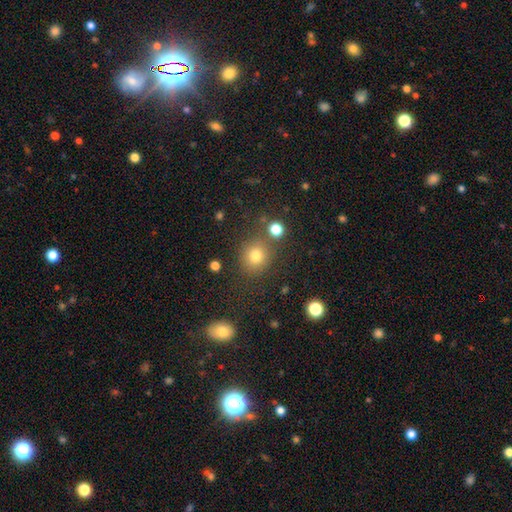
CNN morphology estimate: This appears to be a smooth galaxy with no disk features (77%) that is round (84%). Merging: none (80%).